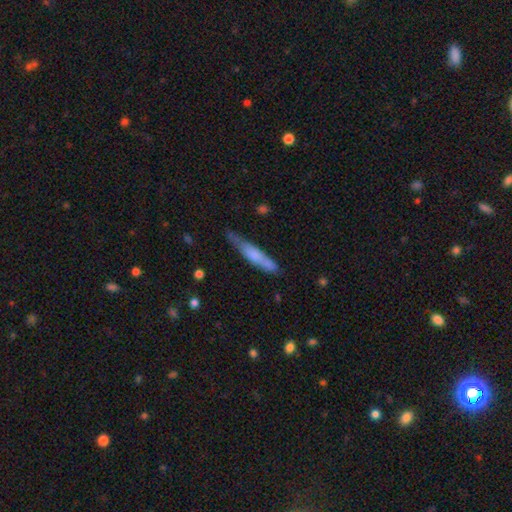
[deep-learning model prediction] smooth 61%, featured or disk 32%, star or artifact 6%. Down the decision tree: how rounded — cigar-shaped (89%); merging — none (60%).